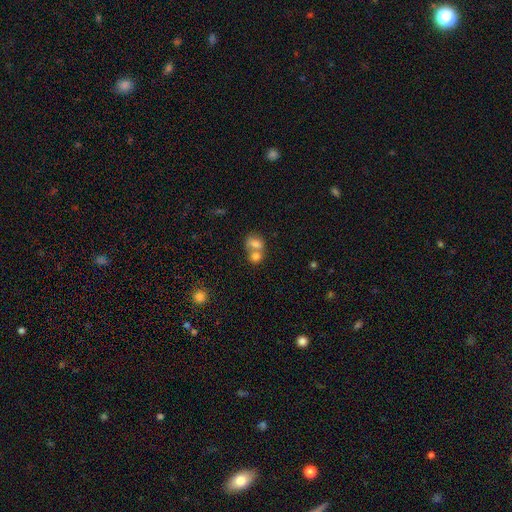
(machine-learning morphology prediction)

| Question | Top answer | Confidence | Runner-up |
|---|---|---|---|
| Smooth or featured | smooth | 77% | featured or disk (13%) |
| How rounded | in between | 53% | round (46%) |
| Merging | merger | 62% | none (27%) |